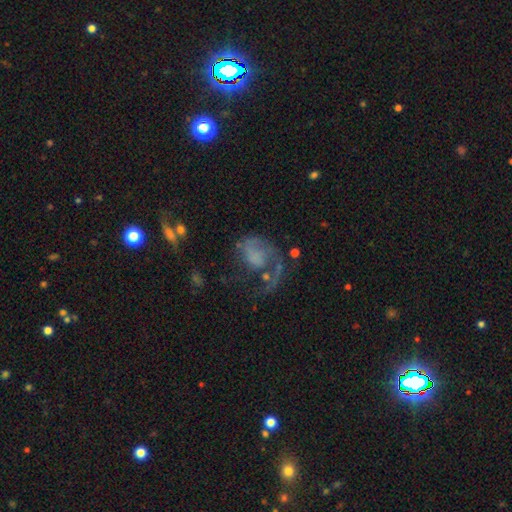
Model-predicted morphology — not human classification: This appears to be a featured or disk galaxy (67%) with no bar (76%), 1 (82%) loose (50%) spiral arms (78%) and no central bulge (52%). Merging: major disturbance (51%).